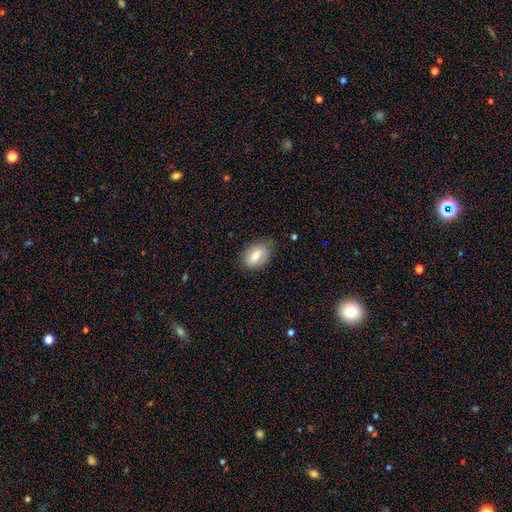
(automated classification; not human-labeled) Smooth or featured? Predicted: smooth (p=0.75). How rounded? Predicted: in between (p=0.87). Merging? Predicted: none (p=0.69).